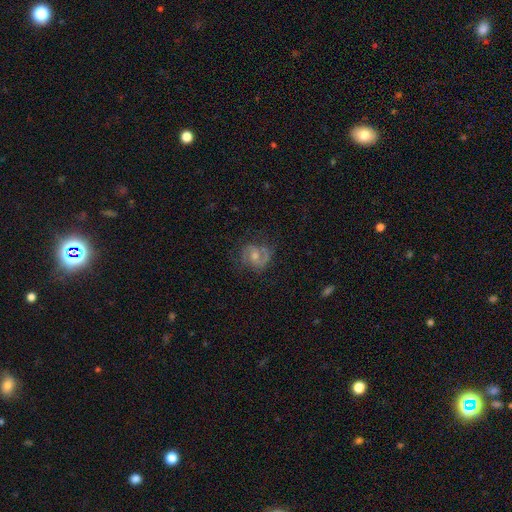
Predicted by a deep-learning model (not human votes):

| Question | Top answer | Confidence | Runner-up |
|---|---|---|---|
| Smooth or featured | featured or disk | 74% | smooth (18%) |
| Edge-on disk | no | 98% | yes (2%) |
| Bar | no | 48% | weak (43%) |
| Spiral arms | yes | 92% | no (8%) |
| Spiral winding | medium | 51% | tight (26%) |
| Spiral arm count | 2 | 79% | can't tell (9%) |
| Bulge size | moderate | 55% | small (34%) |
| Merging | none | 64% | minor disturbance (21%) |